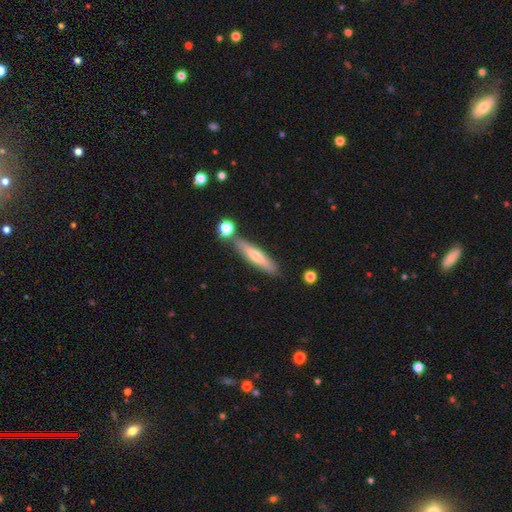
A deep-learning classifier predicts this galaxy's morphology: A smooth galaxy with no disk features (51%) that is cigar-shaped (87%). Merging: none (77%).